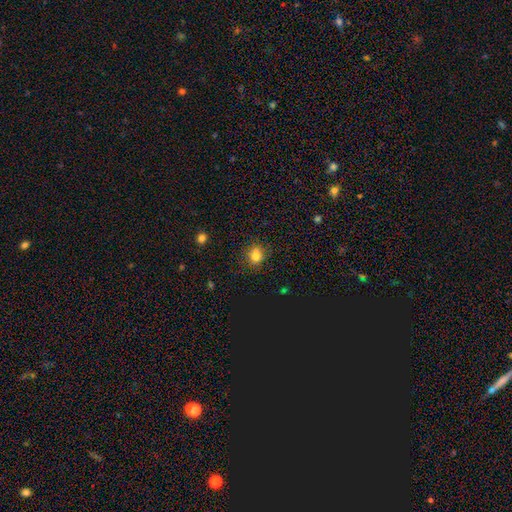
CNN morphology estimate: The model was most divided on "how rounded": round: 75%, in between: 24%, cigar-shaped: 1%. More confident: merging — none (77%); smooth or featured — smooth (76%).